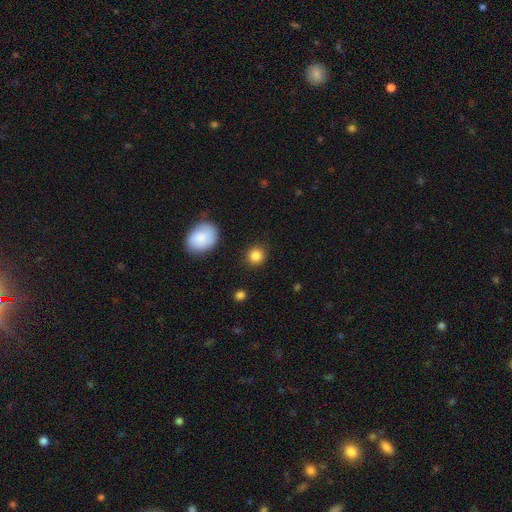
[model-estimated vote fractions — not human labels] This appears to be a smooth galaxy with no disk features (85%) that is round (89%). Merging: none (89%).